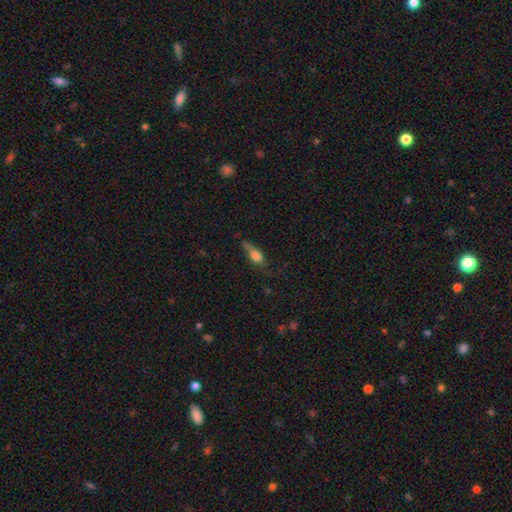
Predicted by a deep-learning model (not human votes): A smooth galaxy with no disk features (68%) that is in between round and cigar-shaped (64%).

Vote fractions:
- Smooth or featured? smooth: 68% / featured or disk: 21% / star or artifact: 11%
- How rounded? in between: 64% / cigar-shaped: 29% / round: 7%
- Merging? none: 42% / minor disturbance: 33% / major disturbance: 20% / merger: 5%